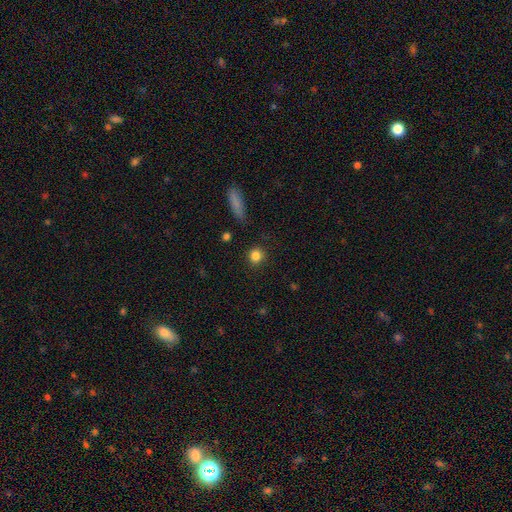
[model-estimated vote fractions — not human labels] Morphology: type=smooth (84%); roundness=round (90%); merging=none (89%).